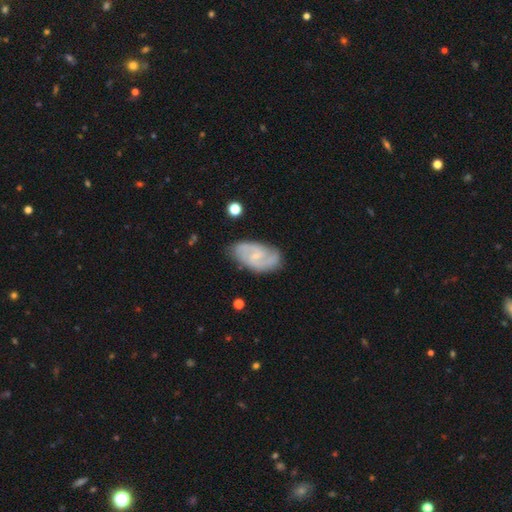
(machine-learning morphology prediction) This appears to be a featured or disk galaxy (80%) with a weak bar (51%), 2 (78%) medium (49%) spiral arms (94%) and a small central bulge (74%). Merging: none (78%).